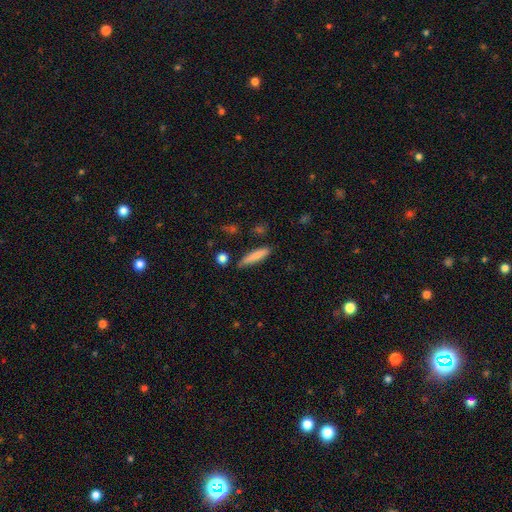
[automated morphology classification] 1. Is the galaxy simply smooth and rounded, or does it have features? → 81% smooth, 12% featured or disk, 7% star or artifact.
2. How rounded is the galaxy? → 83% cigar-shaped, 15% in between, 2% round.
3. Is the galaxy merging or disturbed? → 79% none, 15% minor disturbance, 3% merger, 3% major disturbance.